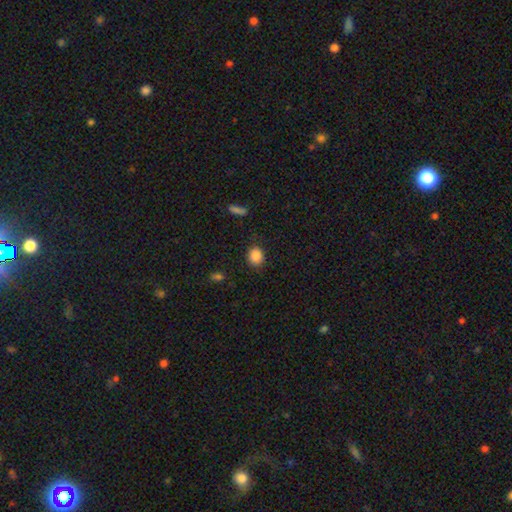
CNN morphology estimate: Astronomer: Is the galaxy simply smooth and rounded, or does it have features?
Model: smooth — 87%.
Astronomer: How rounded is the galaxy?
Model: round — 65%.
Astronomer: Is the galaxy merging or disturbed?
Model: none — 85%.